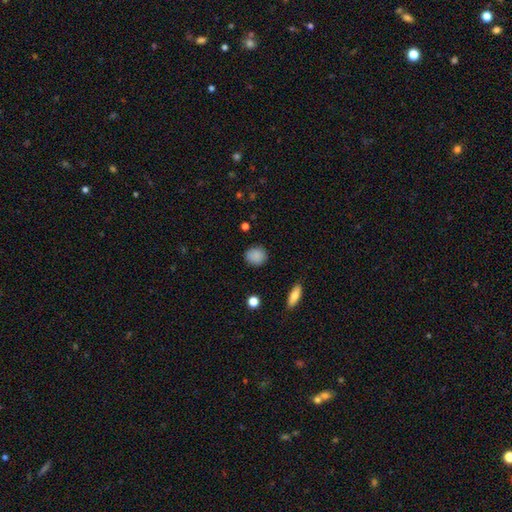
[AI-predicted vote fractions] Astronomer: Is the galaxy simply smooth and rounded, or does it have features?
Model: smooth — 87%.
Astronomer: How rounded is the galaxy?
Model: round — 74%.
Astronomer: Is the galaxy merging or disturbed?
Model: none — 85%.